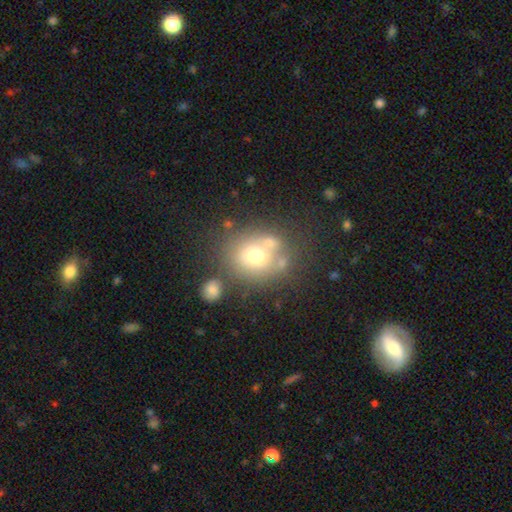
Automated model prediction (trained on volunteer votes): This appears to be a smooth galaxy with no disk features (65%) that is round (76%). Merging: none (60%).